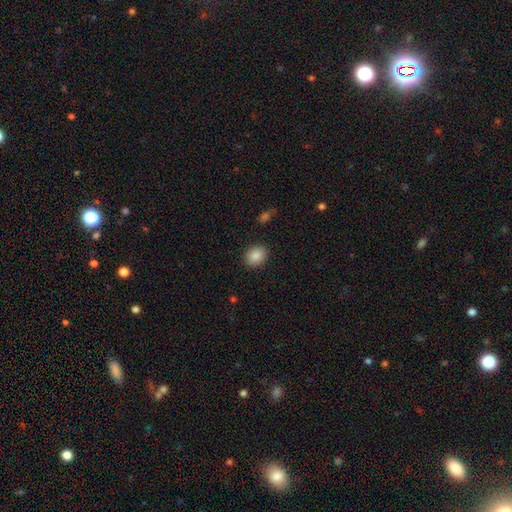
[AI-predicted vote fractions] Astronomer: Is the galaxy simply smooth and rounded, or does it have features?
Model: smooth — 87%.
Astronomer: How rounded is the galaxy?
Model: in between — 52% (runner-up: round, 47%).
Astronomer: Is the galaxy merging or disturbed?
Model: none — 89%.